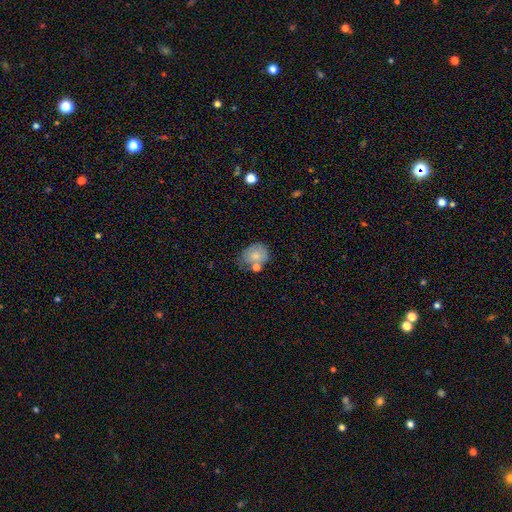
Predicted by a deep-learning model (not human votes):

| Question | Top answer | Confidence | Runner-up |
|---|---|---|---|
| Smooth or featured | smooth | 76% | featured or disk (16%) |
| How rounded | round | 58% | in between (41%) |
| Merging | none | 50% | minor disturbance (23%) |